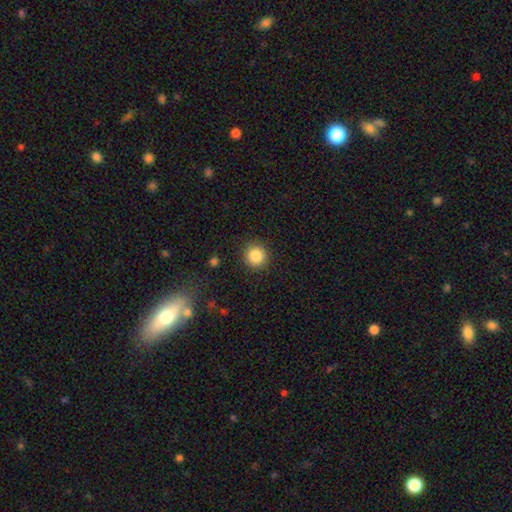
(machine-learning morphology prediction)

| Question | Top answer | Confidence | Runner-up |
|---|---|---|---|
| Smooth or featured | smooth | 86% | star or artifact (10%) |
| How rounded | round | 93% | in between (6%) |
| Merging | none | 90% | minor disturbance (6%) |